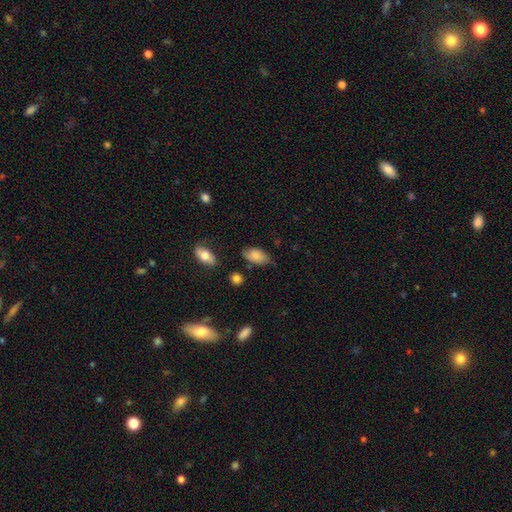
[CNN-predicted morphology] smooth 78%, featured or disk 14%, star or artifact 8%. Down the decision tree: how rounded — in between (93%); merging — none (64%).